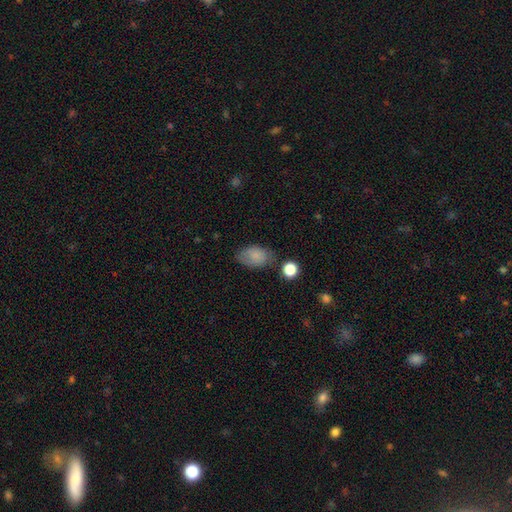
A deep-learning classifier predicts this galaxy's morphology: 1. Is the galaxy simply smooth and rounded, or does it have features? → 80% smooth, 11% featured or disk, 9% star or artifact.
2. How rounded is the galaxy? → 88% in between, 11% round, 1% cigar-shaped.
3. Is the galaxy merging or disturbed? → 67% none, 22% minor disturbance, 7% major disturbance, 4% merger.